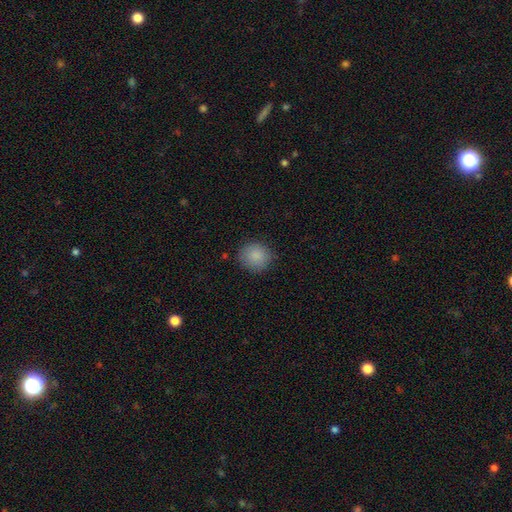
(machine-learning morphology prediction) smooth 87%, star or artifact 8%, featured or disk 5%. Down the decision tree: how rounded — round (86%); merging — none (85%).